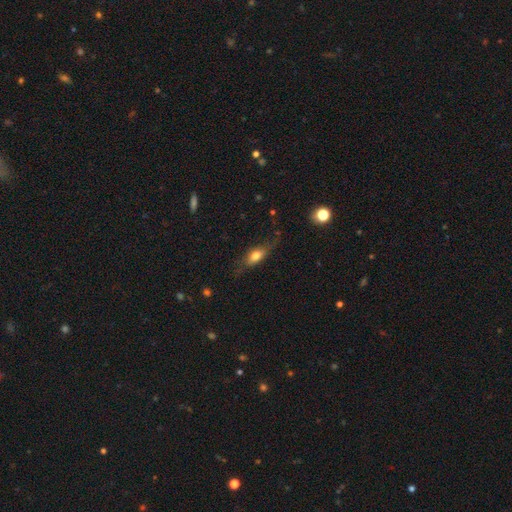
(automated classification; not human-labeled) This is likely a smooth galaxy (67%). How rounded: likely in between (72%). Merging: likely none (61%).